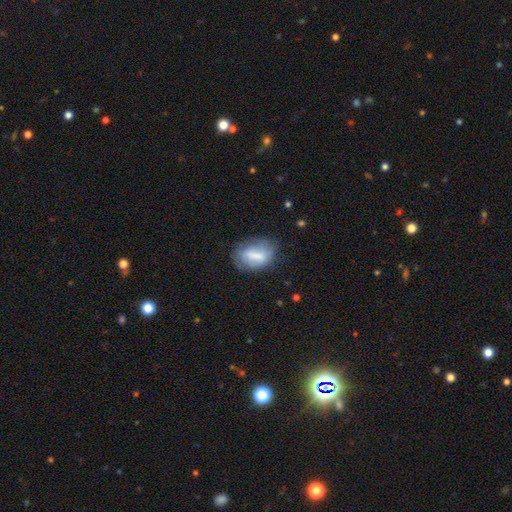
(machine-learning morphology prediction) Smooth or featured? smooth (66%)
How rounded? in between (81%)
Merging? none (65%)